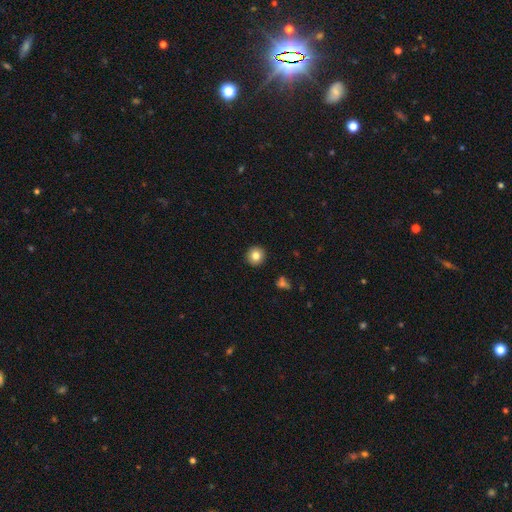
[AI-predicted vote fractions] smooth 83%, star or artifact 10%, featured or disk 7%. Down the decision tree: how rounded — round (94%); merging — none (93%).